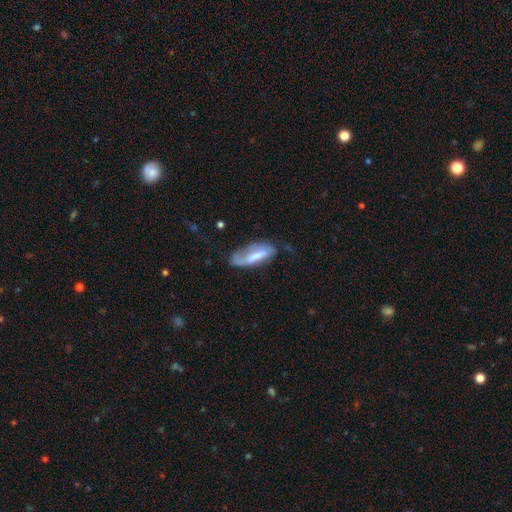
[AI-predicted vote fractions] Smooth or featured? smooth (53%)
How rounded? in between (68%)
Merging? none (38%)